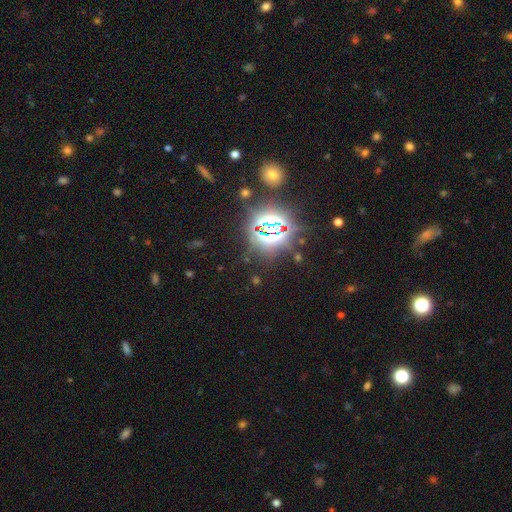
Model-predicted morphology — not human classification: Smooth or featured?
  - star or artifact: 82% *
  - smooth: 11%
  - featured or disk: 7%